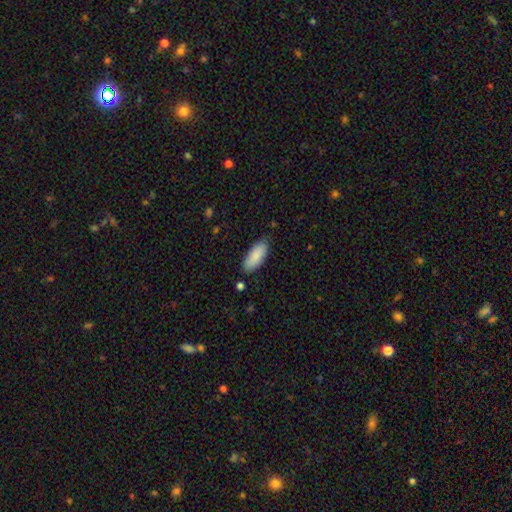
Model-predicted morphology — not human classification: A smooth galaxy with no disk features (89%) that is in between round and cigar-shaped (83%). Merging: none (83%).